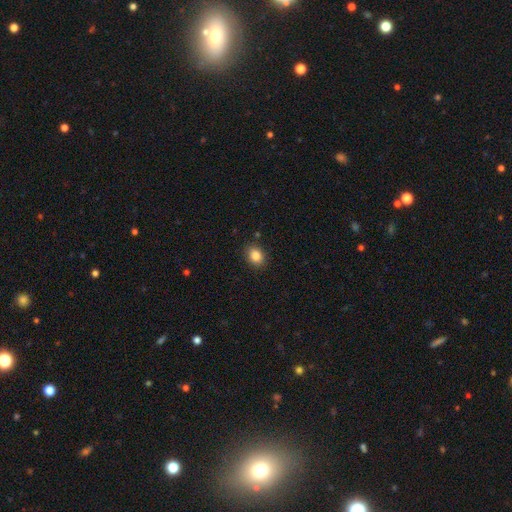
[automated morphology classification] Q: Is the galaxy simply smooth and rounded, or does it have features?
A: smooth — 85%.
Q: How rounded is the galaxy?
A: in between — 57%.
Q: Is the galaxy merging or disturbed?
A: none — 87%.